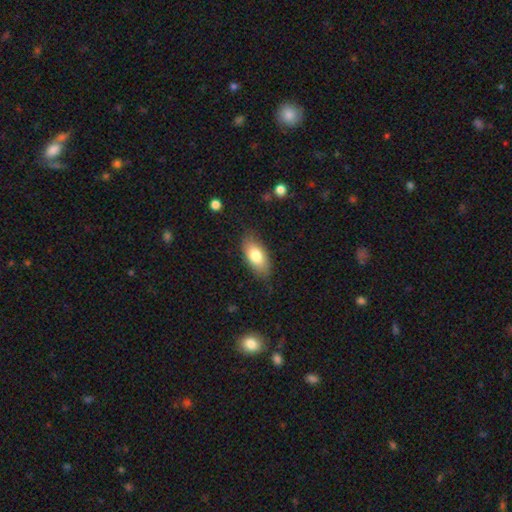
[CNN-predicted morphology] The model was most divided on "smooth or featured": smooth: 78%, featured or disk: 15%, star or artifact: 6%. More confident: how rounded — in between (89%); merging — none (80%).